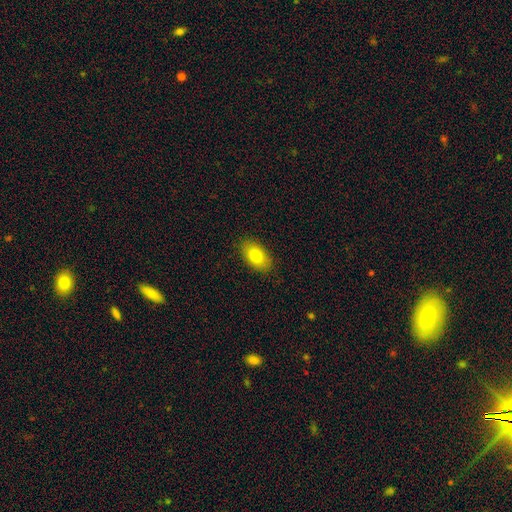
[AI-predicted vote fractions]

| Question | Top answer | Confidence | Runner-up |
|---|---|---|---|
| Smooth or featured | smooth | 80% | featured or disk (12%) |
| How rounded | in between | 91% | round (7%) |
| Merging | none | 88% | minor disturbance (9%) |